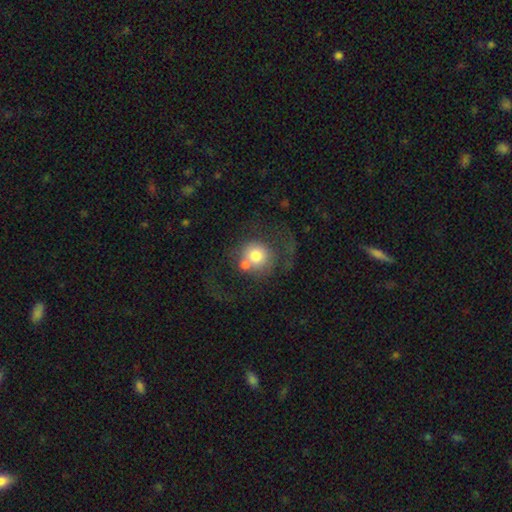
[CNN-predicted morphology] This is likely a smooth galaxy (61%). How rounded: clearly round (90%). Merging: marginally none (34%).